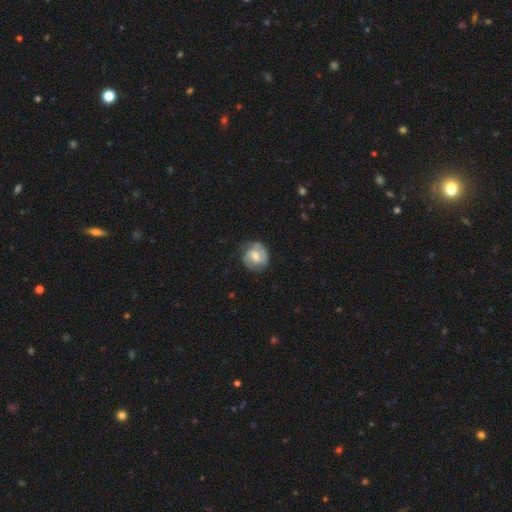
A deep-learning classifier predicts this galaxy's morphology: This is possibly a featured or disk galaxy (55%). It is clearly not viewed edge-on (97%). Bar: possibly weak (50%). Spiral arm pattern: clearly yes (84%). Central bulge: possibly moderate (55%). Merging: likely none (68%).